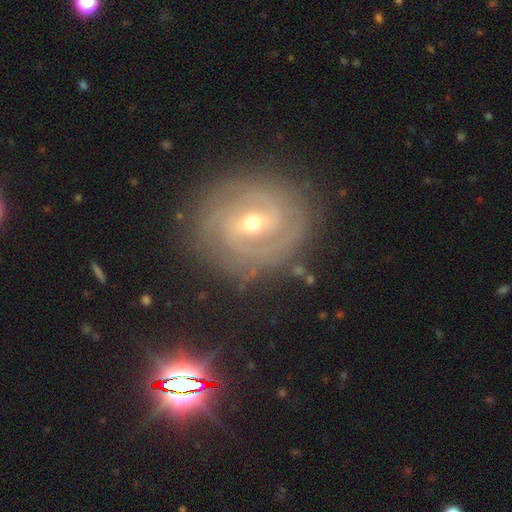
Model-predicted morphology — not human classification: Smooth or featured: featured or disk — 86% (star or artifact — 8%)
Edge-on disk: no — 97% (yes — 3%)
Bar: weak — 50% (no — 26%)
Spiral arms: yes — 96% (no — 4%)
Spiral winding: tight — 71% (medium — 25%)
Spiral arm count: 2 — 44% (3 — 20%)
Bulge size: moderate — 53% (small — 44%)
Merging: none — 83% (minor disturbance — 12%)